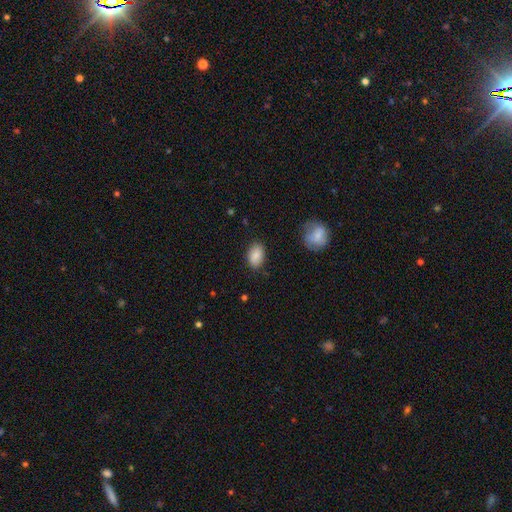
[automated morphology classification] Q: Smooth or featured?
A: smooth (85%); runner-up: star or artifact (8%)
Q: How rounded?
A: in between (88%); runner-up: round (10%)
Q: Merging?
A: none (81%); runner-up: minor disturbance (14%)